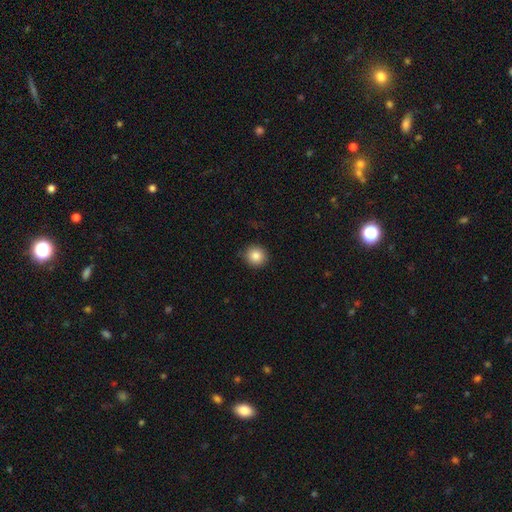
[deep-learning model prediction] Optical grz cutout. It shows a smooth galaxy with no disk features (85%) that is round (92%). Merging: none (90%).